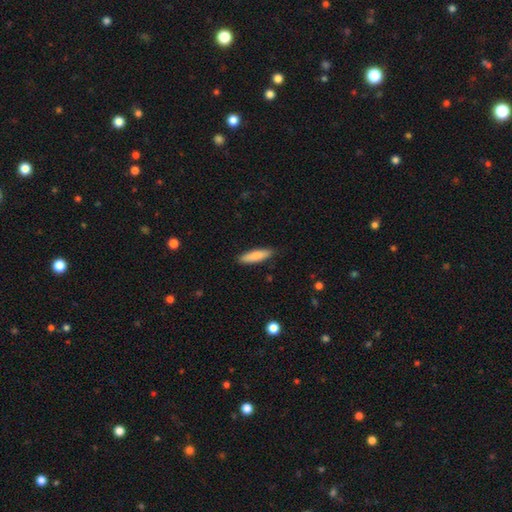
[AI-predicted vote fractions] This appears to be a smooth galaxy with no disk features (82%) that is cigar-shaped (72%). Merging: none (88%).